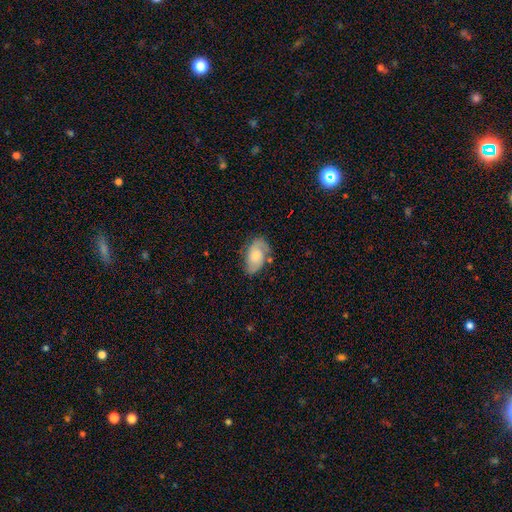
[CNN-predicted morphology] type=featured or disk (58%); edge-on=no (95%); bar=no (71%); spiral arms=yes (88%); bulge=moderate (45%); merging=none (65%).